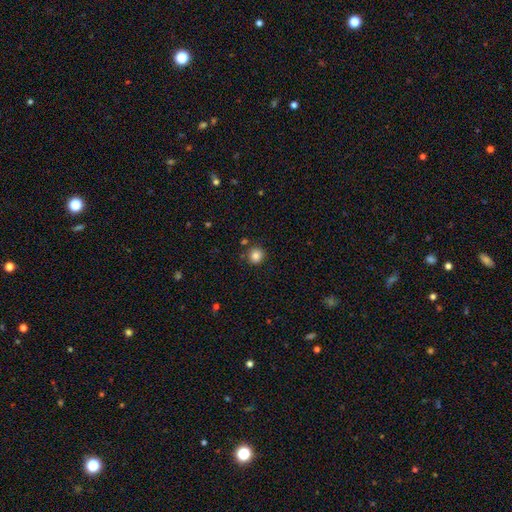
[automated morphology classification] This is clearly a smooth galaxy (84%). How rounded: clearly round (90%). Merging: clearly none (83%).